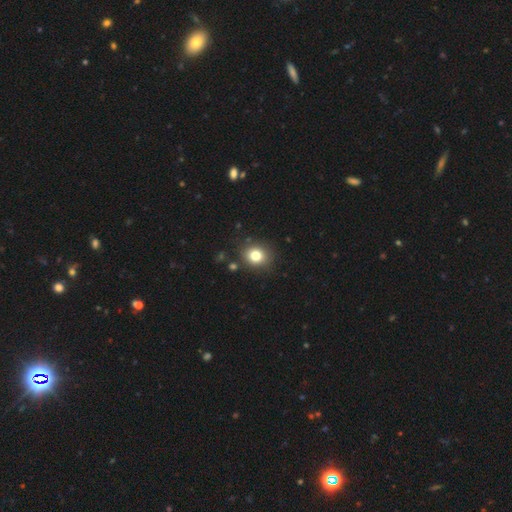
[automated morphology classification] A smooth galaxy with no disk features (79%) that is round (77%).

Vote fractions:
- Smooth or featured? smooth: 79% / star or artifact: 12% / featured or disk: 9%
- How rounded? round: 77% / in between: 22% / cigar-shaped: 1%
- Merging? none: 86% / minor disturbance: 8% / merger: 3% / major disturbance: 3%